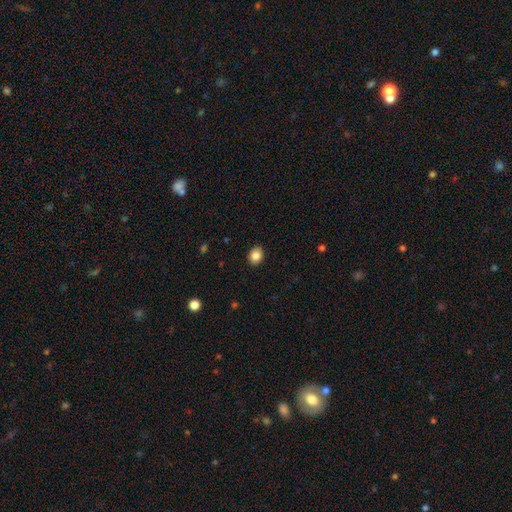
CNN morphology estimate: This appears to be a smooth galaxy with no disk features (86%) that is in between round and cigar-shaped (53%). Merging: none (90%).